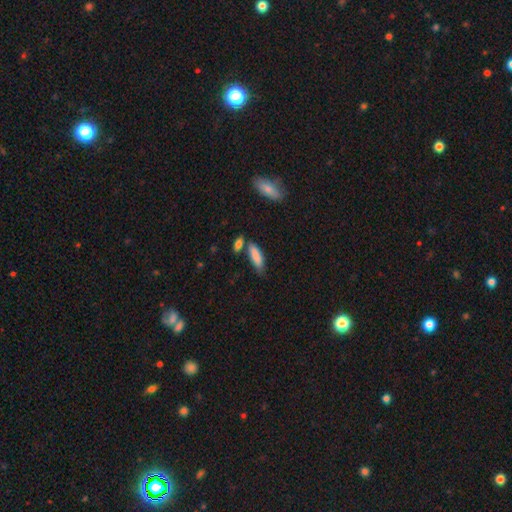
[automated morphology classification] This is clearly a smooth galaxy (85%). How rounded: possibly cigar-shaped (50%). Merging: likely none (62%).